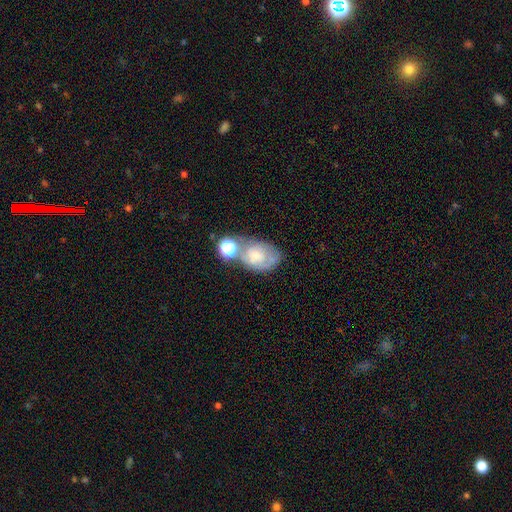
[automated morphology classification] This is marginally a smooth galaxy (45%). Merging: marginally none (36%).